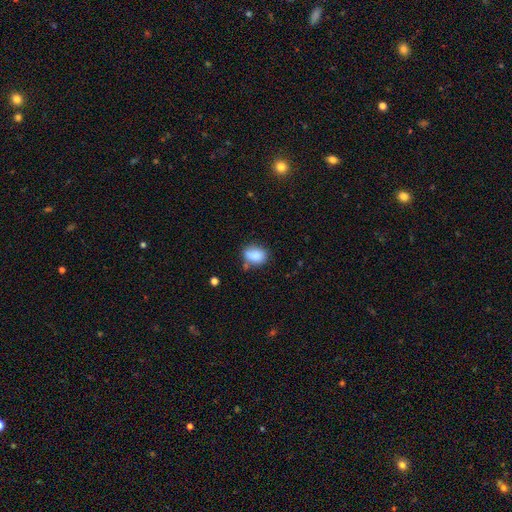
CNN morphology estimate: type=smooth (86%); roundness=in between (71%); merging=none (60%).